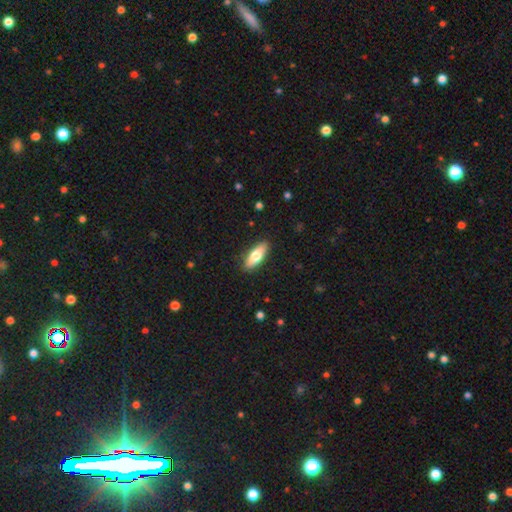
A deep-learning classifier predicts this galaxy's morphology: Smooth or featured?
  - smooth: 67% *
  - featured or disk: 28%
  - star or artifact: 6%
How rounded?
  - in between: 60% *
  - cigar-shaped: 38%
  - round: 2%
Merging?
  - none: 89% *
  - minor disturbance: 8%
  - major disturbance: 2%
  - merger: 1%